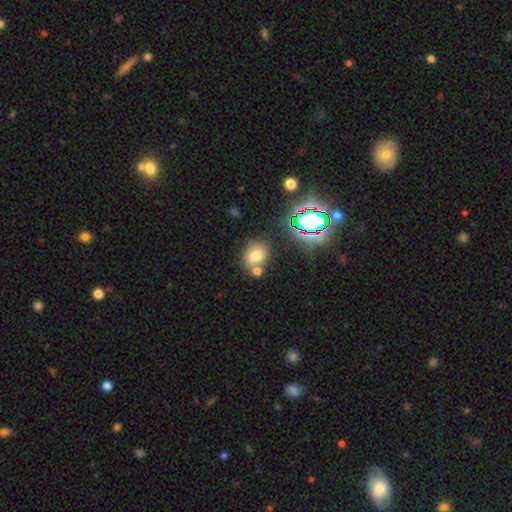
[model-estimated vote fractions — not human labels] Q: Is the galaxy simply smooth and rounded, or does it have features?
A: smooth — 70%.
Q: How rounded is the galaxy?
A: round — 55%.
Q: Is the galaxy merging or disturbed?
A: none — 59%.